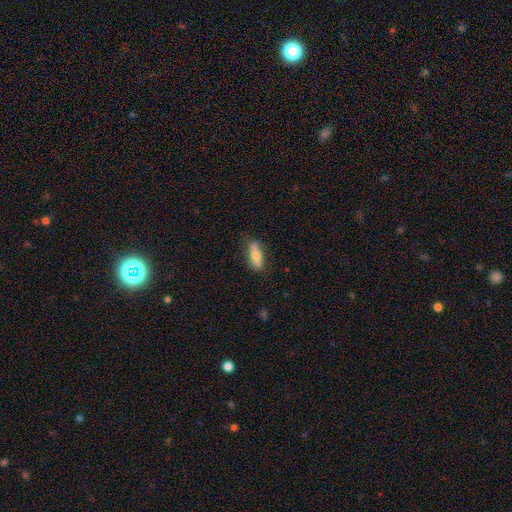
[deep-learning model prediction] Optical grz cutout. It shows a smooth galaxy with no disk features (71%) that is in between round and cigar-shaped (62%). Merging: none (77%).